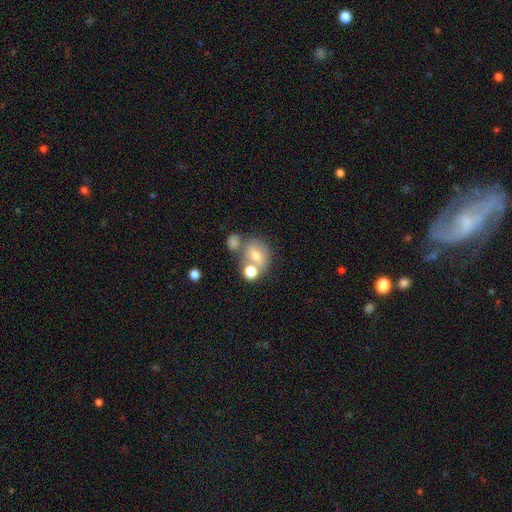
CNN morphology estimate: This appears to be a smooth galaxy with no disk features (61%) that is round (50%). Merging: none (40%, tied with merger).